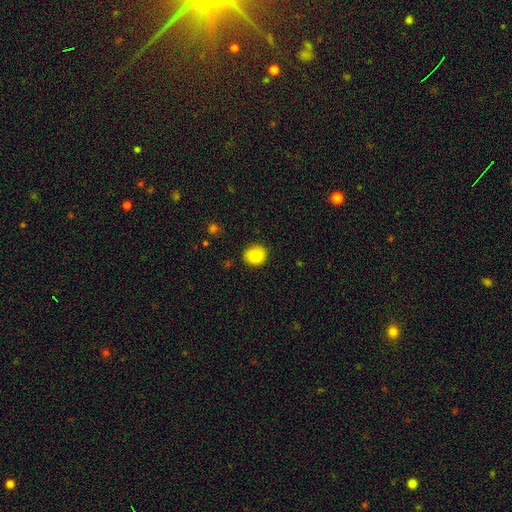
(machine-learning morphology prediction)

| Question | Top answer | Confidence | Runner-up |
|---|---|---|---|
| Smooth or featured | smooth | 87% | star or artifact (9%) |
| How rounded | round | 77% | in between (22%) |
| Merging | none | 86% | minor disturbance (10%) |